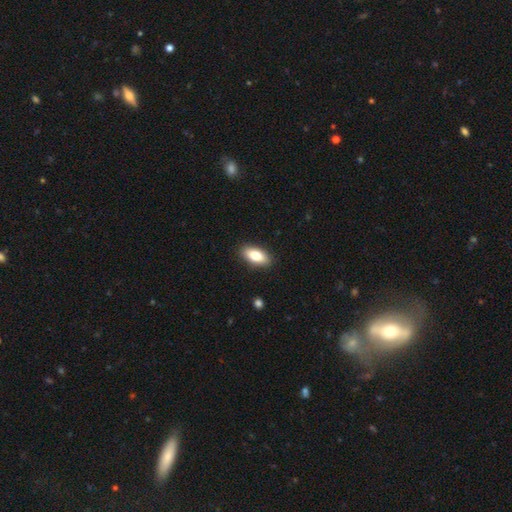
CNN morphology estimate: smooth_or_featured: smooth (p=0.81) [alt: featured or disk p=0.12]
how_rounded: in between (p=0.87) [alt: cigar-shaped p=0.10]
merging: none (p=0.89) [alt: minor disturbance p=0.08]